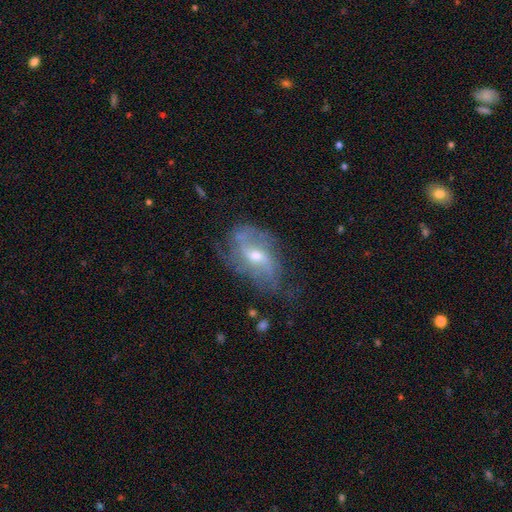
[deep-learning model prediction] This appears to be a featured or disk galaxy (75%) with a weak bar (46%), 2 (51%) loose (39%) spiral arms (85%) and a moderate central bulge (57%). Merging: none (57%).